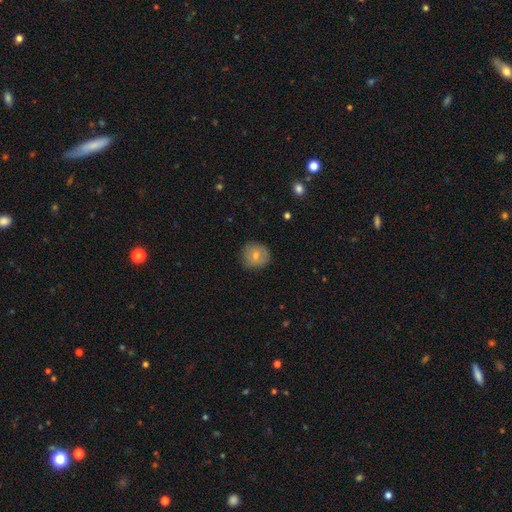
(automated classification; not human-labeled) Q: Smooth or featured?
A: smooth (71%); runner-up: featured or disk (21%)
Q: How rounded?
A: round (85%); runner-up: in between (14%)
Q: Merging?
A: none (79%); runner-up: minor disturbance (16%)